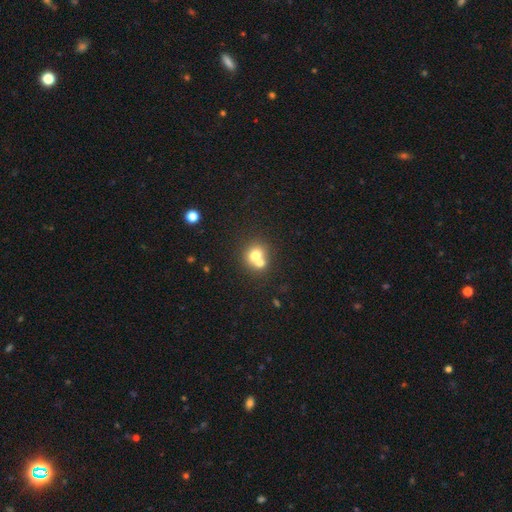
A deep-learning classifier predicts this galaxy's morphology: Overall: smooth (69%). How rounded: round (79%). Merging: merger (54%; none 37%).